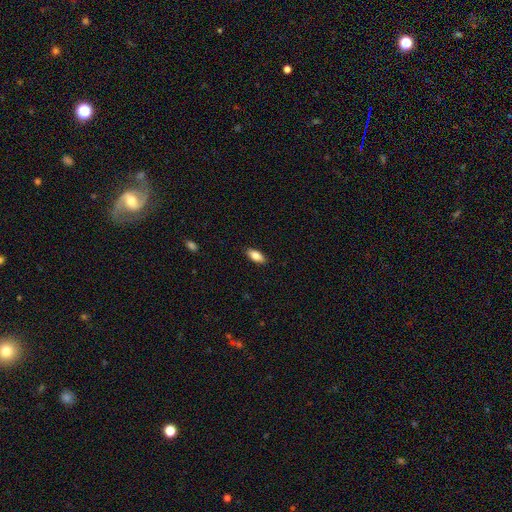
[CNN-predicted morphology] This is clearly a smooth galaxy (83%). How rounded: clearly in between (86%). Merging: clearly none (88%).